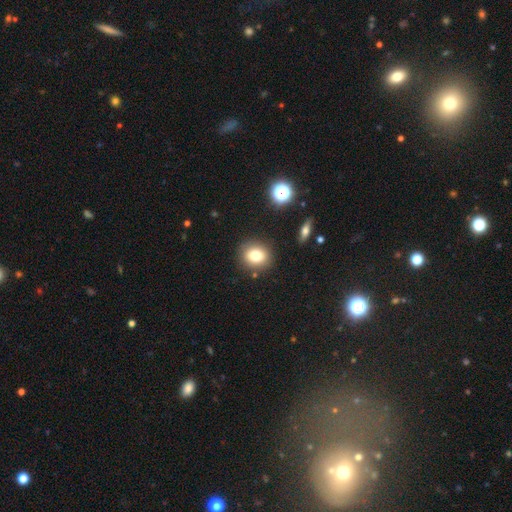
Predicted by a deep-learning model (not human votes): This is likely a smooth galaxy (78%). How rounded: likely round (72%). Merging: clearly none (86%).